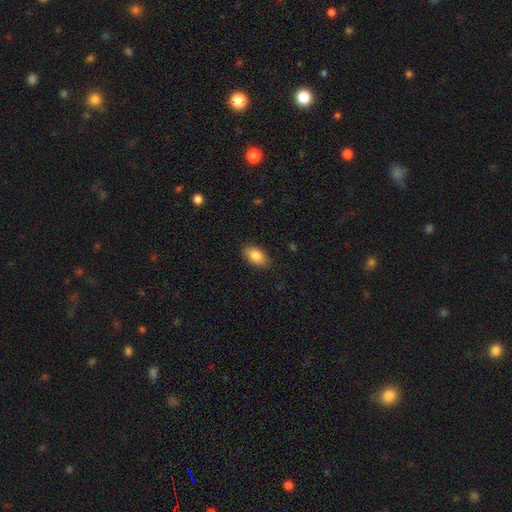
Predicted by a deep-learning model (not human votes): Smooth or featured: smooth — 83% (featured or disk — 10%)
How rounded: in between — 90% (round — 7%)
Merging: none — 87% (minor disturbance — 10%)